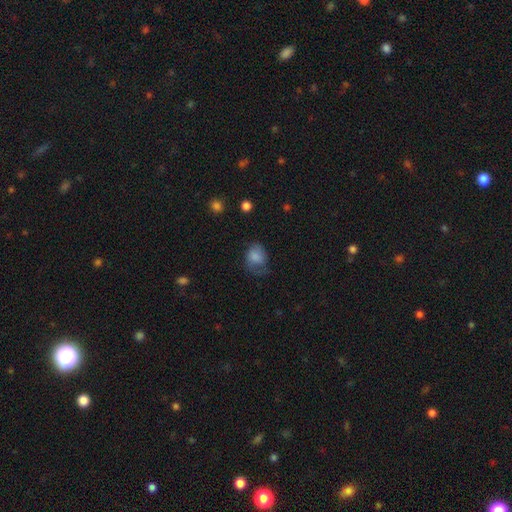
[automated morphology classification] A smooth galaxy with no disk features (71%) that is in between round and cigar-shaped (62%). Merging: none (43%).